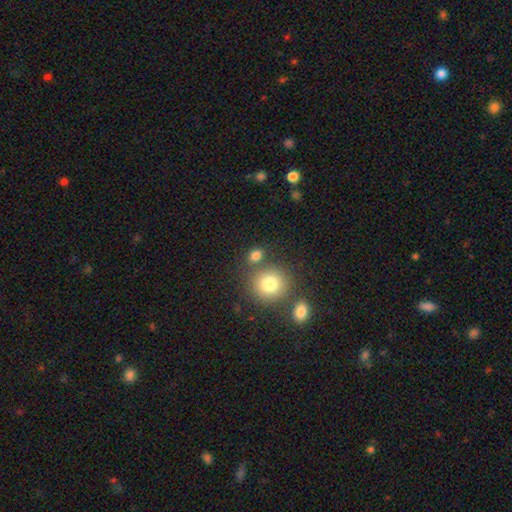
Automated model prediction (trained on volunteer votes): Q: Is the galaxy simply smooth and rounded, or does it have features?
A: smooth — 80%.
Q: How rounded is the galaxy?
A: round — 62%.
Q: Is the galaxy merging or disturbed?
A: none — 68%.